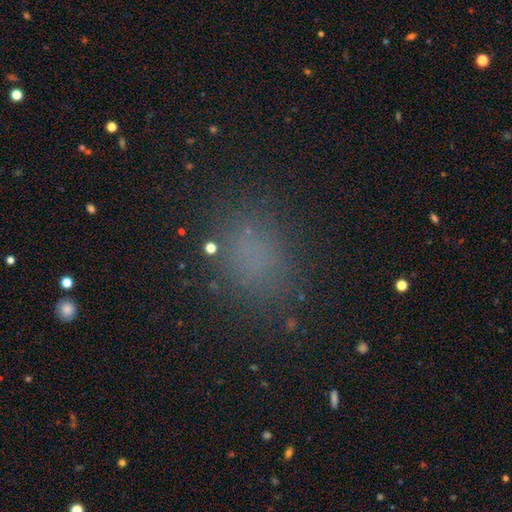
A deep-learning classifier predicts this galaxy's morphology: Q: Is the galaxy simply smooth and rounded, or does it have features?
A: smooth — 55%.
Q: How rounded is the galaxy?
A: in between — 53%.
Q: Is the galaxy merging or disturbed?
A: none — 74%.